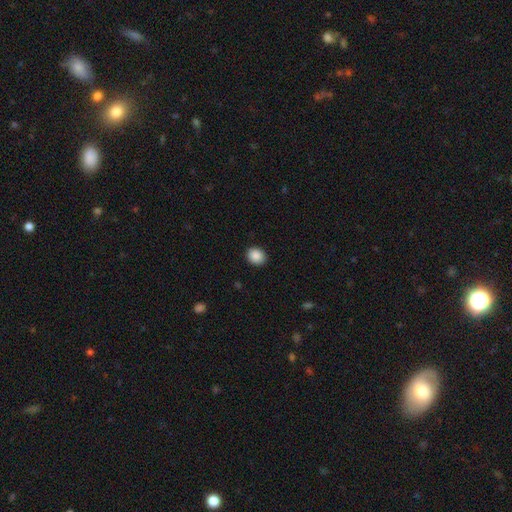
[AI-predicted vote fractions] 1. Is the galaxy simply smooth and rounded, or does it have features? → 89% smooth, 8% star or artifact, 3% featured or disk.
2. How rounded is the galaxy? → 68% round, 31% in between, 1% cigar-shaped.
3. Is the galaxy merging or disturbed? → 91% none, 7% minor disturbance, 2% major disturbance, 1% merger.